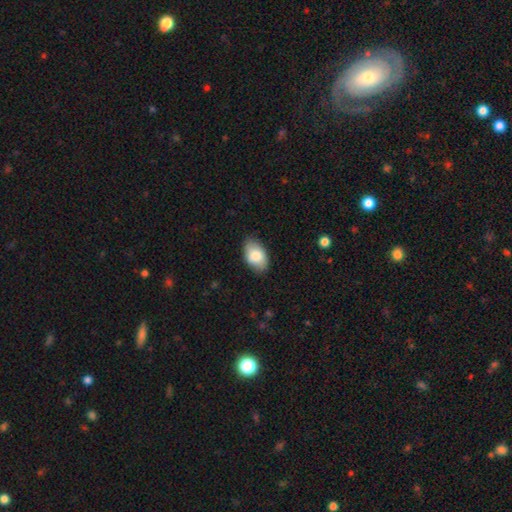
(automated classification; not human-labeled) This appears to be a smooth galaxy with no disk features (84%) that is in between round and cigar-shaped (93%). Merging: none (82%).